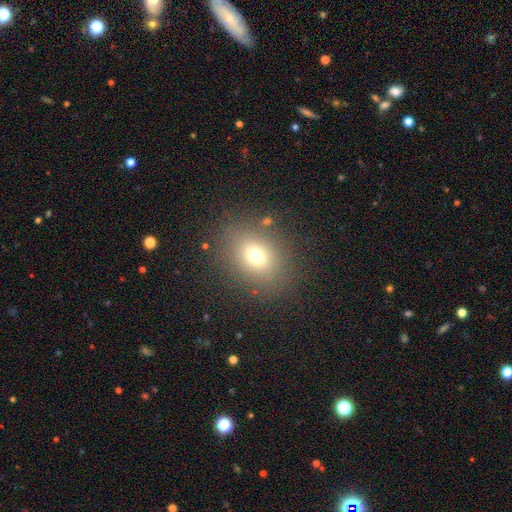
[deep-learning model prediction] smooth-or-featured: smooth: 71% | star or artifact: 17% | featured or disk: 12%
  how-rounded: round: 52% | in between: 47% | cigar-shaped: 1%
  merging: none: 82% | minor disturbance: 10% | major disturbance: 5% | merger: 2%